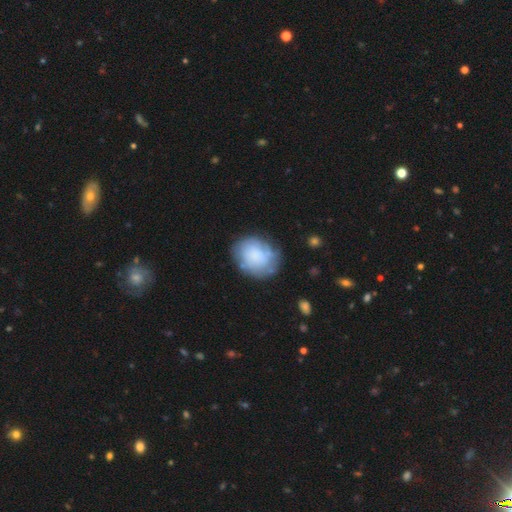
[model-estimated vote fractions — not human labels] A smooth galaxy with no disk features (62%) that is round (54%). Merging: none (63%).